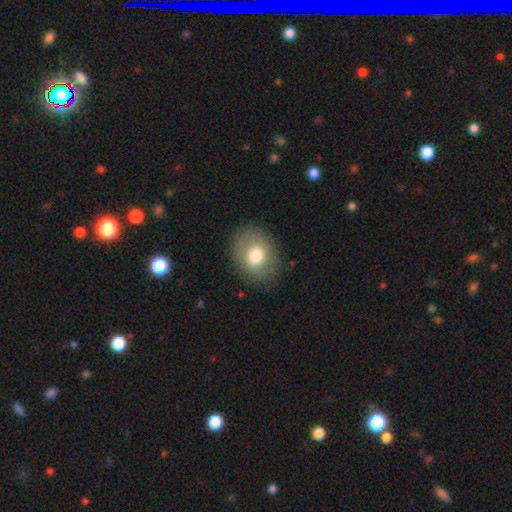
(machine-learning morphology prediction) smooth-or-featured: smooth: 73% | featured or disk: 19% | star or artifact: 8%
  how-rounded: in between: 57% | round: 42% | cigar-shaped: 1%
  merging: none: 83% | minor disturbance: 11% | major disturbance: 5% | merger: 1%